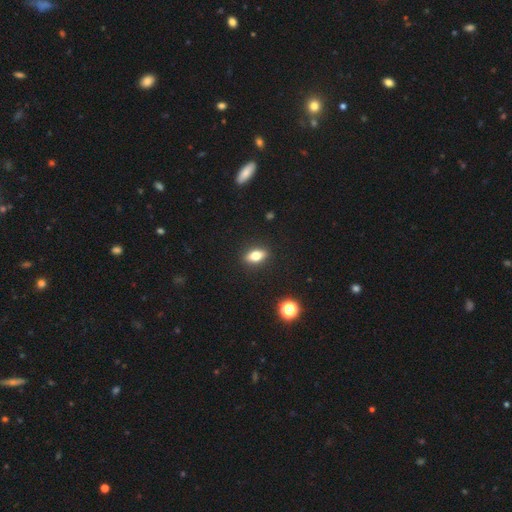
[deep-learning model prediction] smooth_or_featured: smooth (p=0.66) [alt: featured or disk p=0.24]
how_rounded: in between (p=0.75) [alt: cigar-shaped p=0.14]
merging: none (p=0.89) [alt: minor disturbance p=0.07]